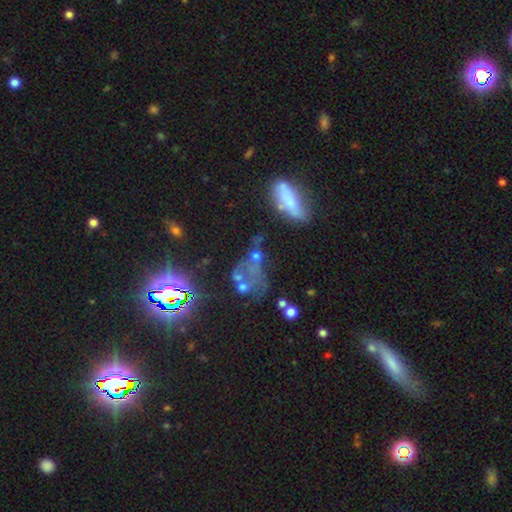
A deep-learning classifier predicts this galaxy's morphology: This is marginally a smooth galaxy (39%). Merging: marginally merger (31%).